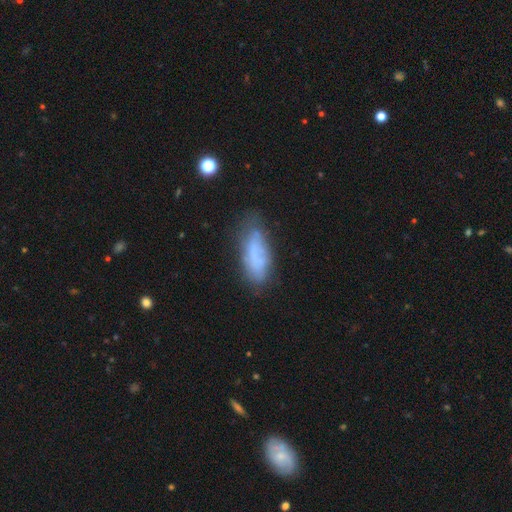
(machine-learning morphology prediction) smooth 63%, featured or disk 28%, star or artifact 9%. Down the decision tree: how rounded — in between (68%); merging — none (52%).